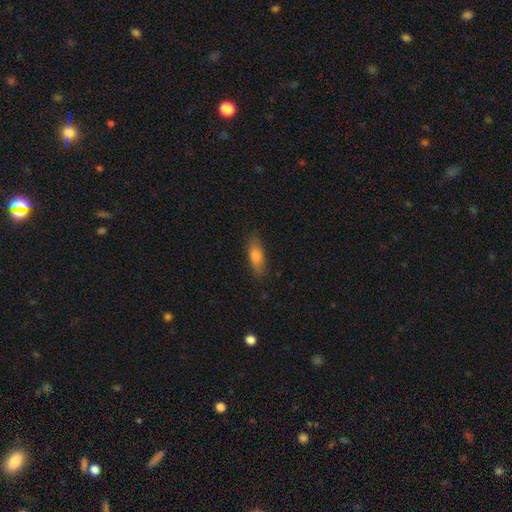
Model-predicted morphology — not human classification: smooth-or-featured: smooth: 71% | featured or disk: 22% | star or artifact: 7%
  how-rounded: in between: 56% | cigar-shaped: 41% | round: 3%
  merging: none: 82% | minor disturbance: 14% | major disturbance: 3% | merger: 1%